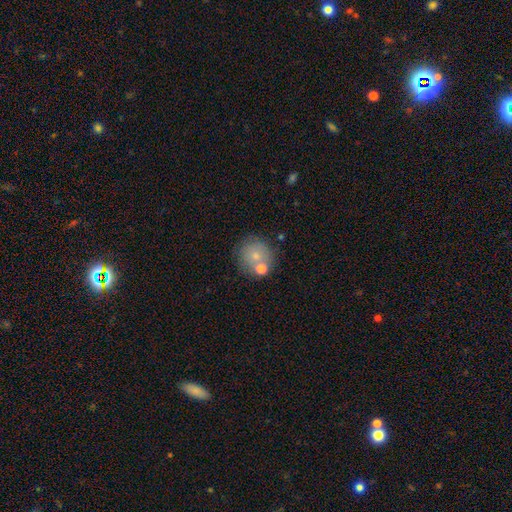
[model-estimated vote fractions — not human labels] smooth_or_featured: smooth (p=0.72) [alt: featured or disk p=0.17]
how_rounded: round (p=0.90) [alt: in between p=0.09]
merging: none (p=0.64) [alt: merger p=0.19]